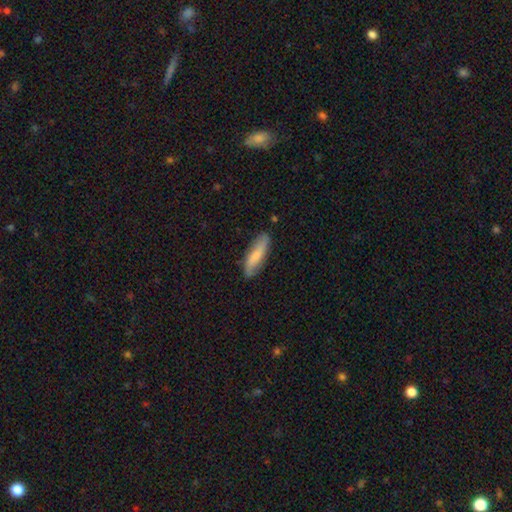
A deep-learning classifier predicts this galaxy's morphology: Overall: smooth (72%). How rounded: cigar-shaped (66%; in between 33%). Merging: none (82%).